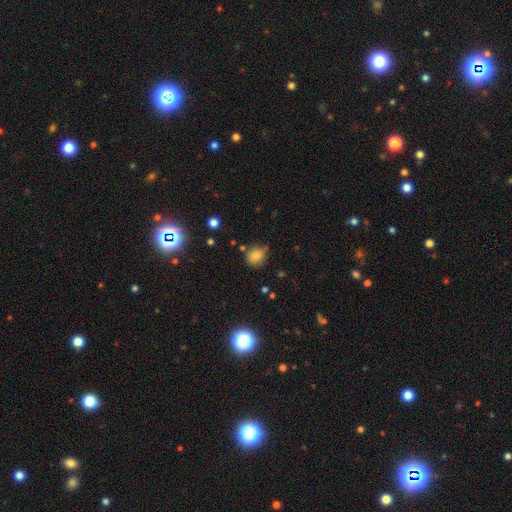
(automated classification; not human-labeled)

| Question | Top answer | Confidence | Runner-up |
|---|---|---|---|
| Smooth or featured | smooth | 73% | star or artifact (15%) |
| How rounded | round | 83% | in between (16%) |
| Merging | none | 73% | minor disturbance (18%) |